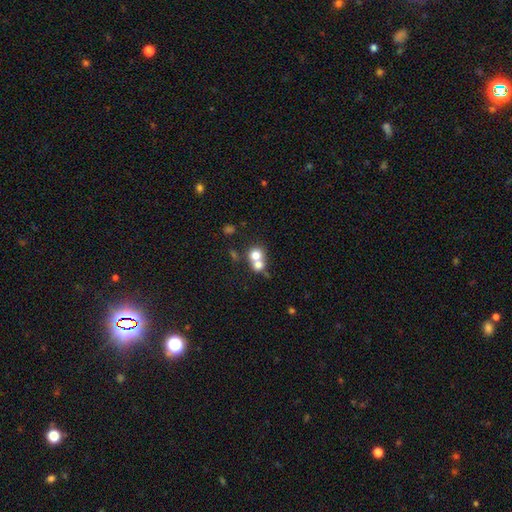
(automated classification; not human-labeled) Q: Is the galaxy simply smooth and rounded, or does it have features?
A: smooth — 73%.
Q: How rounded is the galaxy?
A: round — 80%.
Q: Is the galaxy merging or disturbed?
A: merger — 62%.